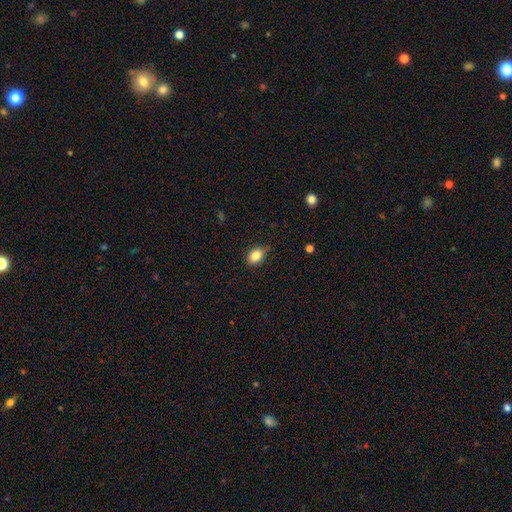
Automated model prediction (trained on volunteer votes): Morphology: type=smooth (85%); roundness=in between (72%); merging=none (78%).